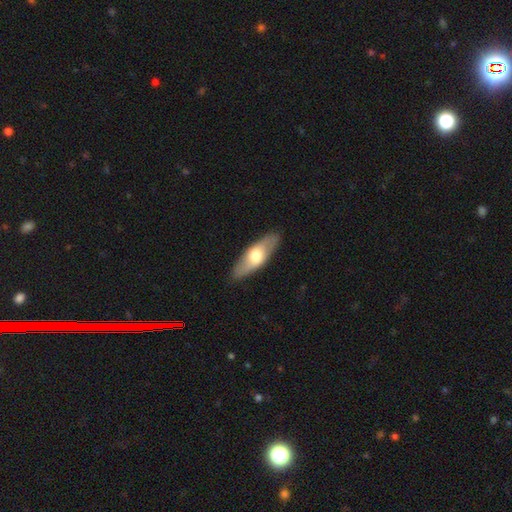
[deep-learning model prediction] Smooth or featured? Predicted: smooth (p=0.52). How rounded? Predicted: in between (p=0.63). Merging? Predicted: none (p=0.88).